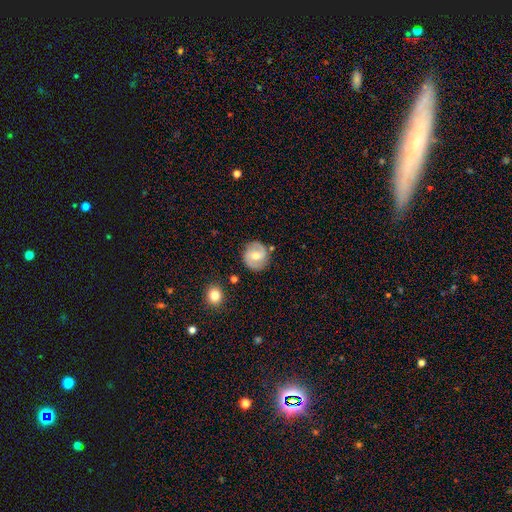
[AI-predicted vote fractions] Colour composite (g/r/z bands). It shows a featured or disk galaxy (69%) with a weak bar (48%), 2 (88%) medium (48%) spiral arms (88%) and a moderate central bulge (67%). Merging: none (82%).